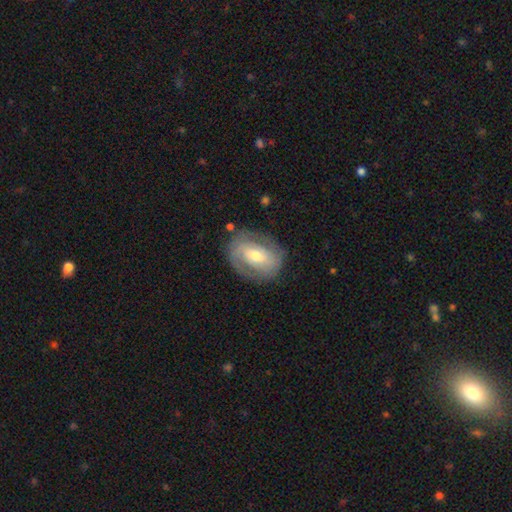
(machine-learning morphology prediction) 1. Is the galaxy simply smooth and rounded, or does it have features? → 63% featured or disk, 30% smooth, 6% star or artifact.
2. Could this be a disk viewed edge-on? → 95% no, 5% yes.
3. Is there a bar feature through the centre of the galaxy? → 41% weak, 36% no, 23% strong.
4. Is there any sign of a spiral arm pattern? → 70% yes, 30% no.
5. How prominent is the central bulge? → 65% moderate, 27% small, 7% large, 1% none, 1% dominant.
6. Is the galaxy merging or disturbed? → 74% none, 17% minor disturbance, 7% major disturbance, 2% merger.